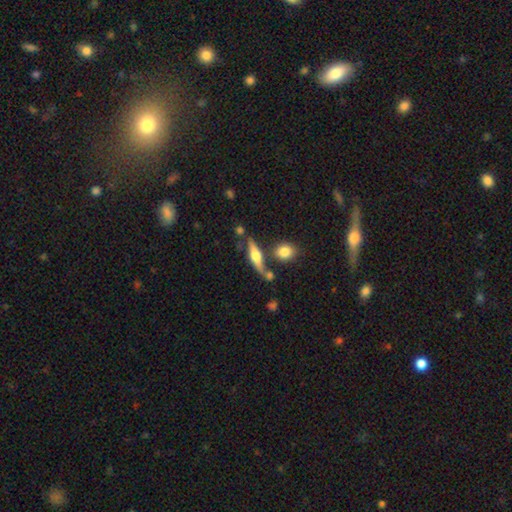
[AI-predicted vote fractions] Overall: featured or disk (60%; smooth 33%). Edge-on disk: yes (92%). Edge-on bulge: rounded (91%). Merging: none (71%).